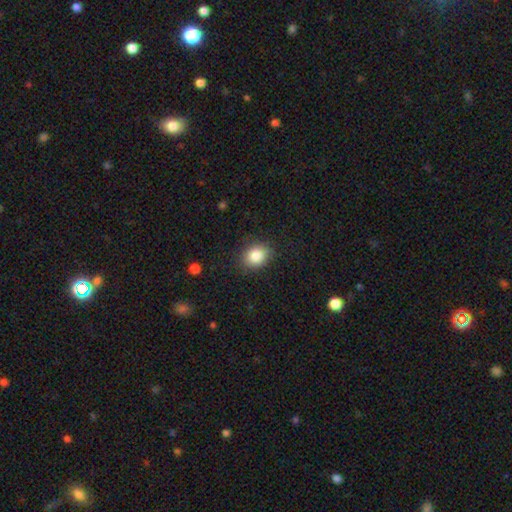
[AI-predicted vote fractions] Overall: smooth (86%). How rounded: in between (51%; round 48%). Merging: none (84%).